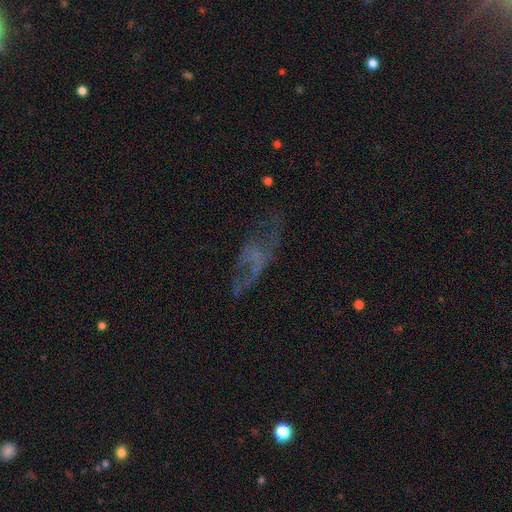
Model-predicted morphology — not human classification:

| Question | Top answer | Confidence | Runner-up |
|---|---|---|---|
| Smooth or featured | featured or disk | 54% | smooth (26%) |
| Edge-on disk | no | 89% | yes (11%) |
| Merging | none | 45% | major disturbance (31%) |